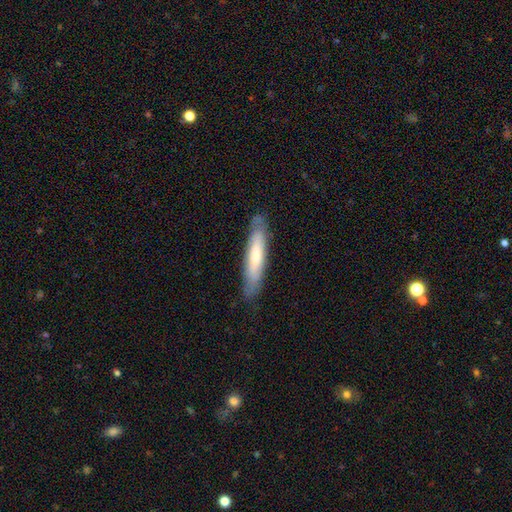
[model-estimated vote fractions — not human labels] A smooth galaxy with no disk features (59%) that is cigar-shaped (82%).

Vote fractions:
- Smooth or featured? smooth: 59% / featured or disk: 36% / star or artifact: 5%
- How rounded? cigar-shaped: 82% / in between: 17% / round: 1%
- Merging? none: 81% / minor disturbance: 14% / major disturbance: 3% / merger: 1%